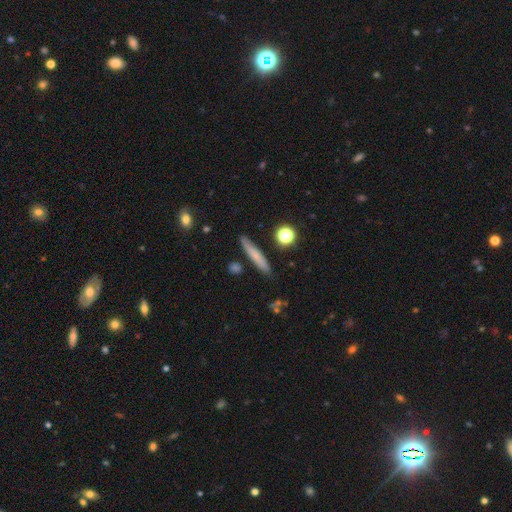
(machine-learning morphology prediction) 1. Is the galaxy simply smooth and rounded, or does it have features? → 67% smooth, 25% featured or disk, 9% star or artifact.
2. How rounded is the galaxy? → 92% cigar-shaped, 6% in between, 3% round.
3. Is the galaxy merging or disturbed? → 85% none, 9% minor disturbance, 3% merger, 2% major disturbance.